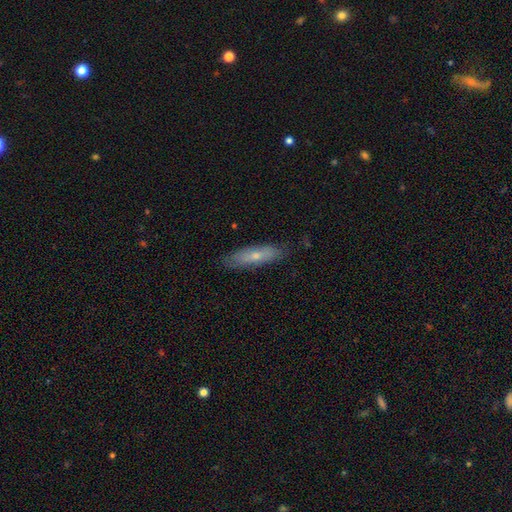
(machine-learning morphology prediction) Overall: smooth (58%; featured or disk 35%). How rounded: cigar-shaped (70%). Merging: none (82%).